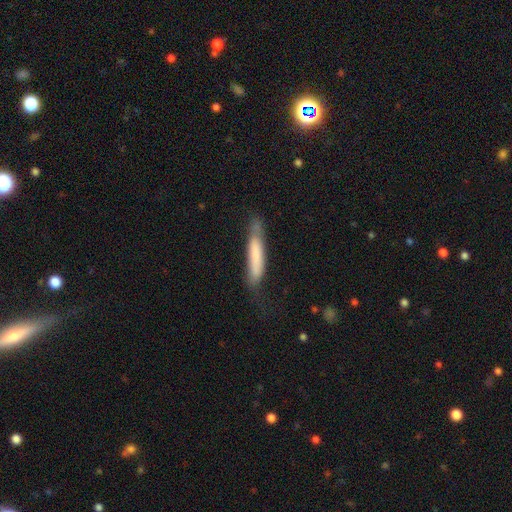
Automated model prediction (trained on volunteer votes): smooth-or-featured: smooth: 71% | featured or disk: 23% | star or artifact: 6%
  how-rounded: cigar-shaped: 89% | in between: 9% | round: 1%
  merging: none: 58% | minor disturbance: 28% | major disturbance: 11% | merger: 3%